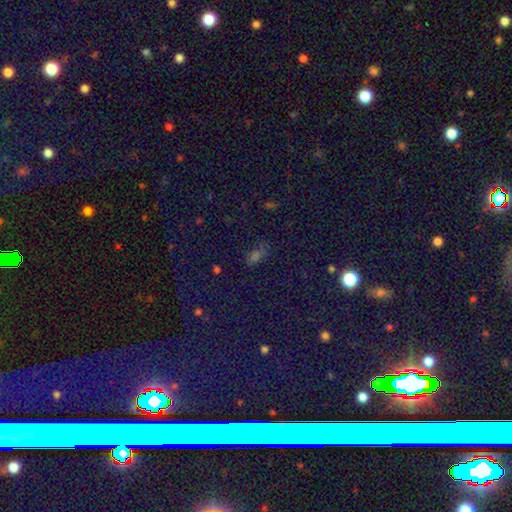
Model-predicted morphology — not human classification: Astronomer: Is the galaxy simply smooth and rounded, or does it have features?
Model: smooth — 51% (runner-up: star or artifact, 39%).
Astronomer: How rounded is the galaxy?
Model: in between — 73%.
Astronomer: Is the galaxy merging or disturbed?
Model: none — 66%.